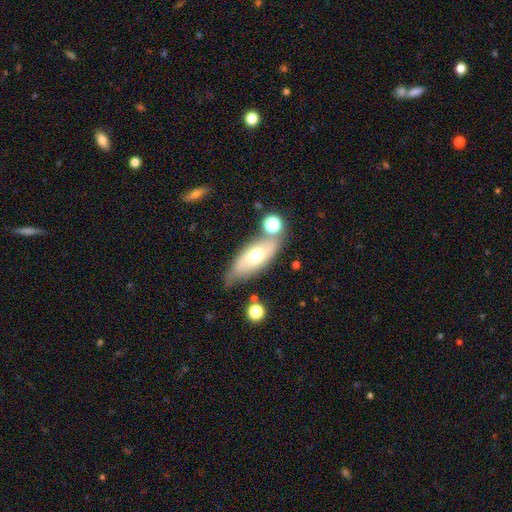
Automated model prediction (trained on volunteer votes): This appears to be a smooth galaxy with no disk features (56%) that is in between round and cigar-shaped (69%). Merging: none (62%).